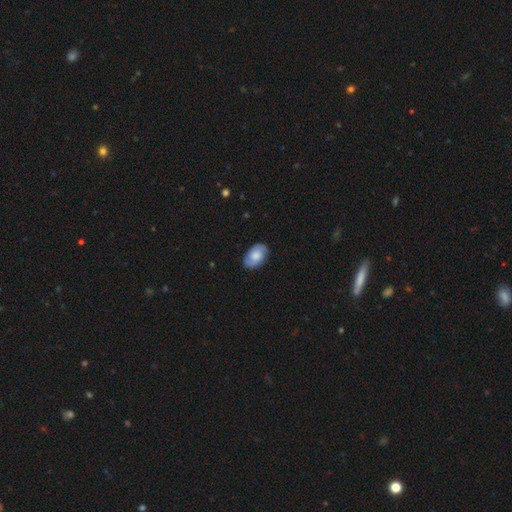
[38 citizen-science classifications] smooth-or-featured: featured or disk: 61% | smooth: 34% | star or artifact: 5%
  disk-edge-on: no: 96% | yes: 4%
    bar: no: 73% | weak: 23% | strong: 5%
    has-spiral-arms: yes: 91% | no: 9%
      spiral-winding: tight: 50% | medium: 35% | loose: 15%
      spiral-arm-count: 2: 90% | 4: 5% | can't tell: 5% | 1: 0% | 3: 0% | more than 4: 0%
    bulge-size: large: 32% (tied) | moderate: 32% (tied) | small: 18% | none: 18% | dominant: 0%
  merging: none: 86% | minor disturbance: 11% | major disturbance: 3% | merger: 0%